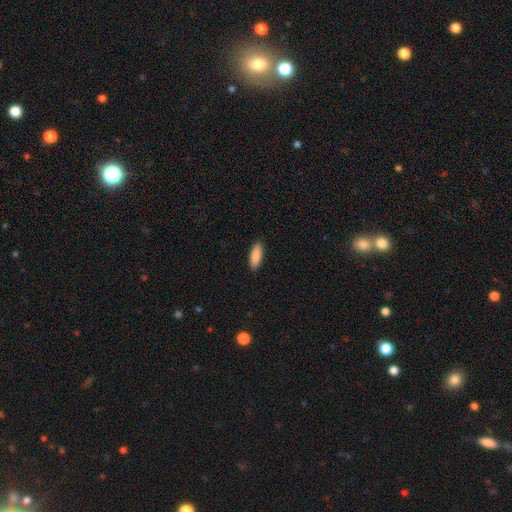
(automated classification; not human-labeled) Smooth or featured: smooth — 88% (featured or disk — 6%)
How rounded: in between — 66% (cigar-shaped — 32%)
Merging: none — 90% (minor disturbance — 7%)